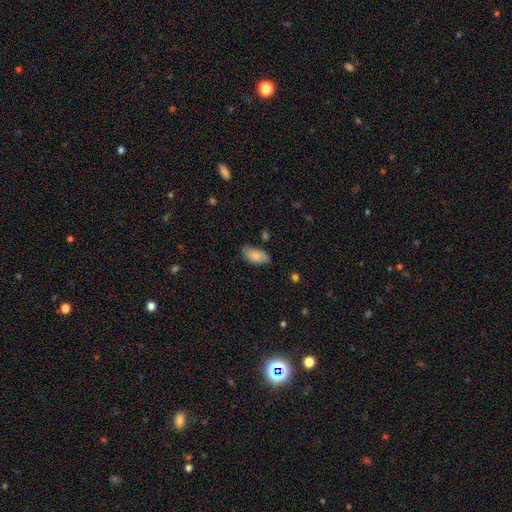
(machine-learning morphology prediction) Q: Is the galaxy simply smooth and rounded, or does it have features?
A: smooth — 83%.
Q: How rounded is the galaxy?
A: in between — 94%.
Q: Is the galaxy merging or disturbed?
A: none — 76%.